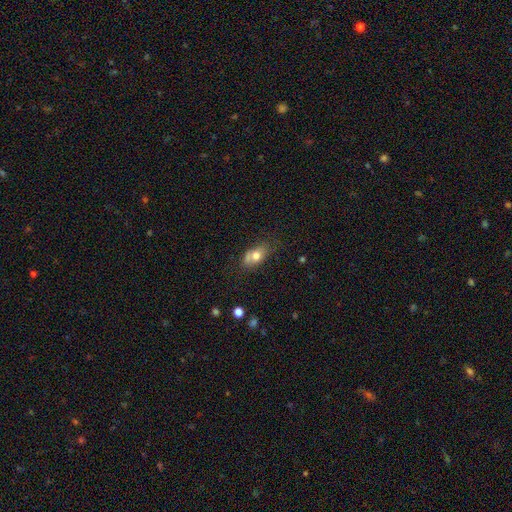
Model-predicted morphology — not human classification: Smooth or featured? smooth (70%)
How rounded? in between (83%)
Merging? none (52%)